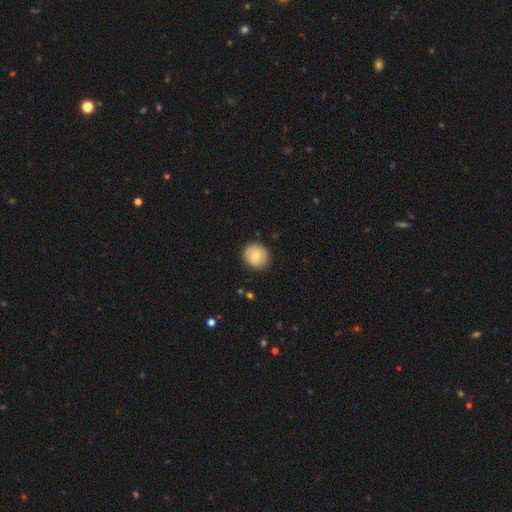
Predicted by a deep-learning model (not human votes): Q: Smooth or featured?
A: smooth (71%); runner-up: featured or disk (21%)
Q: How rounded?
A: round (86%); runner-up: in between (13%)
Q: Merging?
A: none (87%); runner-up: minor disturbance (10%)